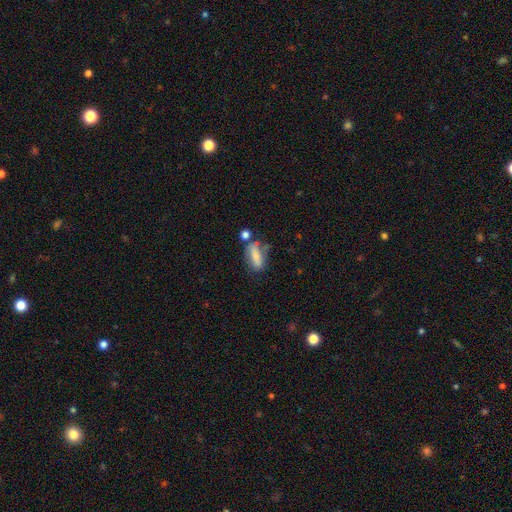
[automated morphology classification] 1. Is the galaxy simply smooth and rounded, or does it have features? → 69% smooth, 22% featured or disk, 9% star or artifact.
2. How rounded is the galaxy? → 72% in between, 23% cigar-shaped, 5% round.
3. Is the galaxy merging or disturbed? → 47% none, 24% minor disturbance, 18% merger, 12% major disturbance.